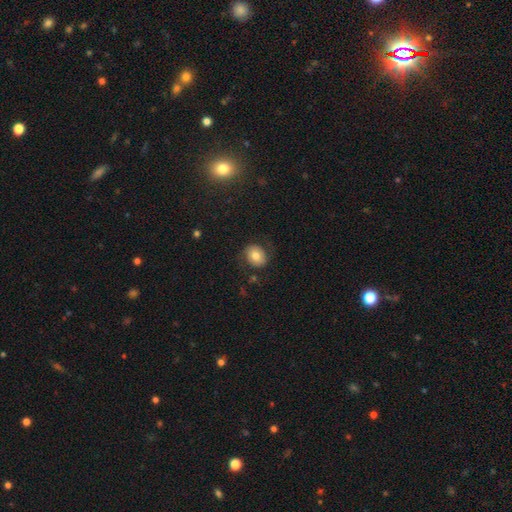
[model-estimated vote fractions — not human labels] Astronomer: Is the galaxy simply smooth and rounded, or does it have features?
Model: smooth — 65%.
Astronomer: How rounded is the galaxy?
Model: round — 56% (runner-up: in between, 43%).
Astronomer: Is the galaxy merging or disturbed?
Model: none — 74%.